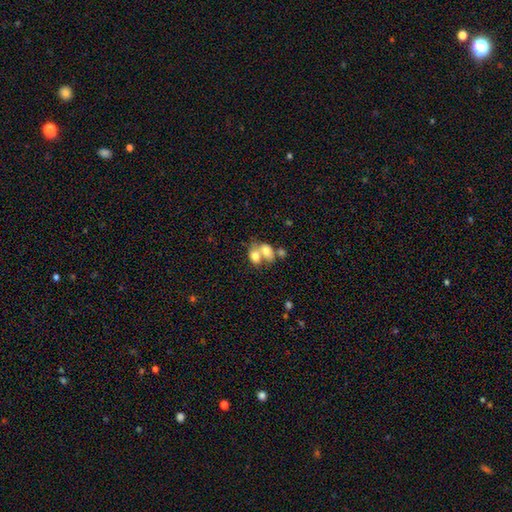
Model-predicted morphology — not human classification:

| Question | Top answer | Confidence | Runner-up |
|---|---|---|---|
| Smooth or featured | smooth | 70% | featured or disk (21%) |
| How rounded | in between | 76% | round (23%) |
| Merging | merger | 70% | none (18%) |